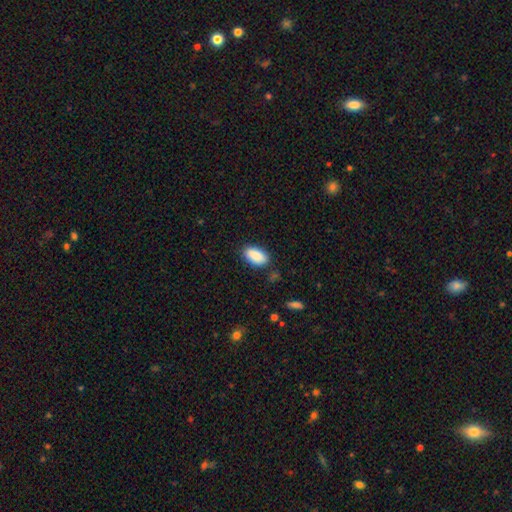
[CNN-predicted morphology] Q: Smooth or featured?
A: smooth (89%); runner-up: star or artifact (7%)
Q: How rounded?
A: in between (93%); runner-up: round (4%)
Q: Merging?
A: none (83%); runner-up: minor disturbance (12%)